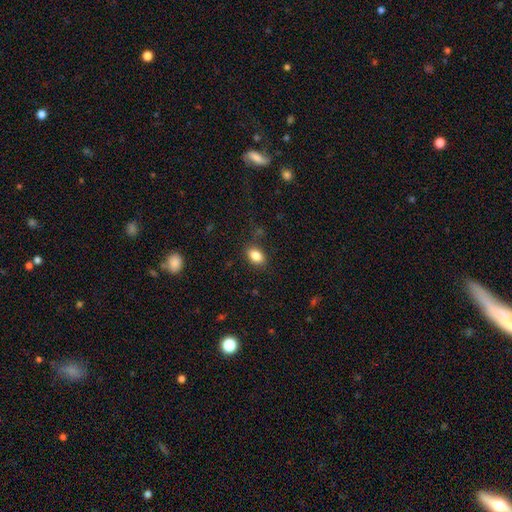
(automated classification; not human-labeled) smooth_or_featured: smooth (p=0.85) [alt: star or artifact p=0.09]
how_rounded: in between (p=0.83) [alt: round p=0.16]
merging: none (p=0.82) [alt: minor disturbance p=0.12]